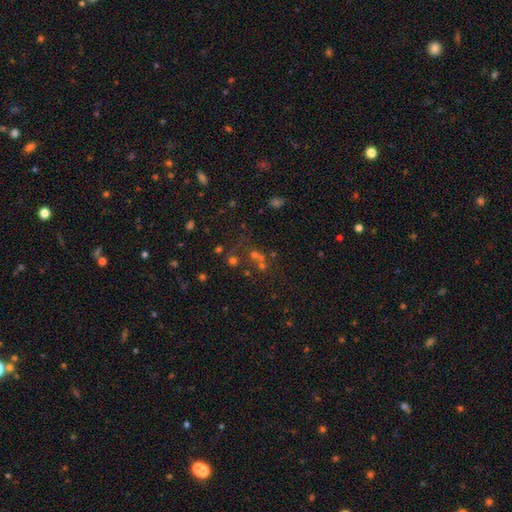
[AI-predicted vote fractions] Smooth or featured? star or artifact (47%)